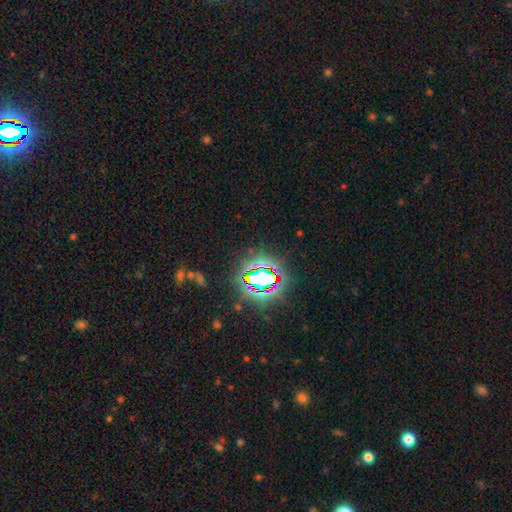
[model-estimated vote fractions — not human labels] smooth-or-featured: star or artifact: 80% | smooth: 12% | featured or disk: 8%